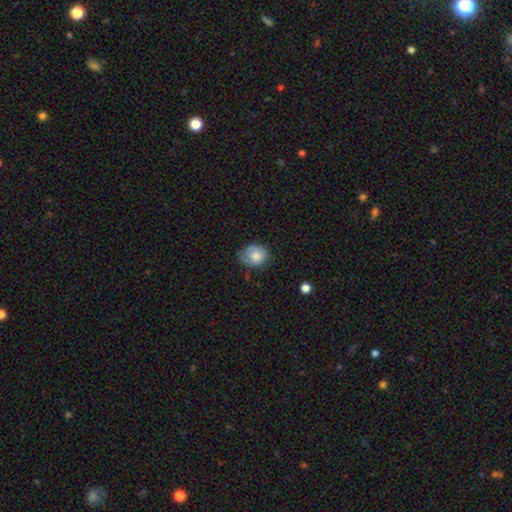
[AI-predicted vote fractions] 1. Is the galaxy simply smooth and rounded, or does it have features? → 79% smooth, 13% featured or disk, 8% star or artifact.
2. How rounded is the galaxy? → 59% round, 41% in between, 1% cigar-shaped.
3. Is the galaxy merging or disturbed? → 57% none, 33% minor disturbance, 8% major disturbance, 2% merger.